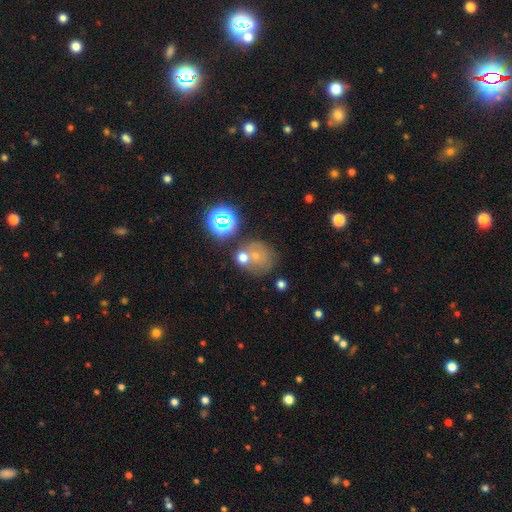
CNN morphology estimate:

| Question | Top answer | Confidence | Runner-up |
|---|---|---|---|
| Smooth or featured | smooth | 53% | star or artifact (26%) |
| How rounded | round | 78% | in between (20%) |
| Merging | none | 49% | merger (30%) |